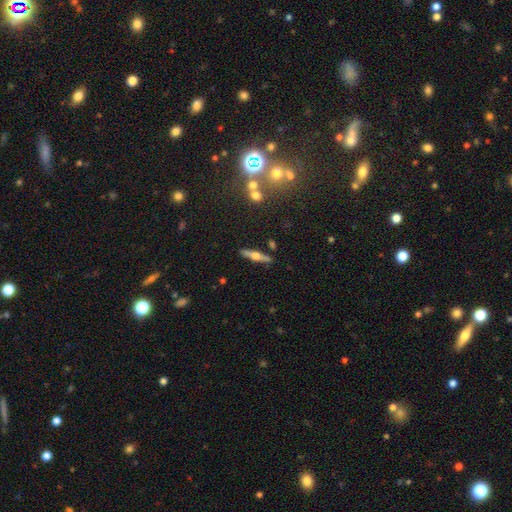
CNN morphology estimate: Smooth or featured? Predicted: featured or disk (p=0.65). Edge-on disk? Predicted: yes (p=0.96). Edge-on bulge? Predicted: rounded (p=0.92). Merging? Predicted: none (p=0.88).